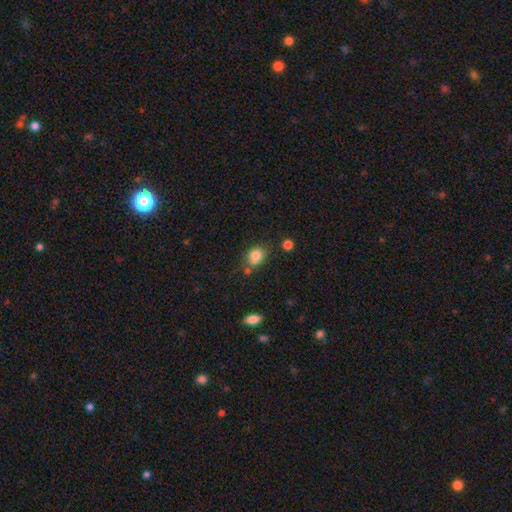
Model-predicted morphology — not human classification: Smooth or featured?
  - smooth: 82% *
  - star or artifact: 11%
  - featured or disk: 8%
How rounded?
  - in between: 50% *
  - round: 49%
  - cigar-shaped: 1%
Merging?
  - none: 60% *
  - minor disturbance: 20%
  - merger: 15%
  - major disturbance: 5%